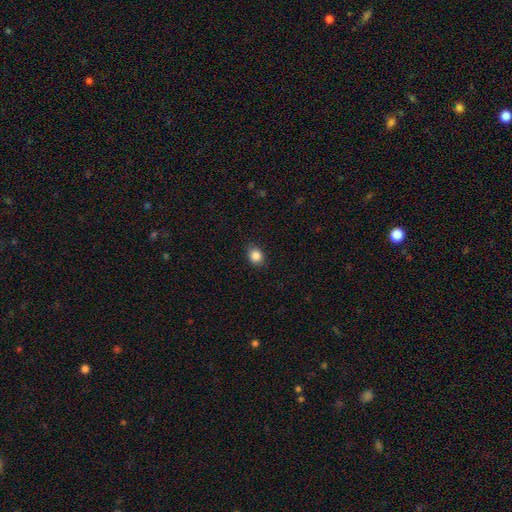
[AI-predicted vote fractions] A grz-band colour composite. It shows a smooth galaxy with no disk features (86%) that is round (58%). Merging: none (87%).